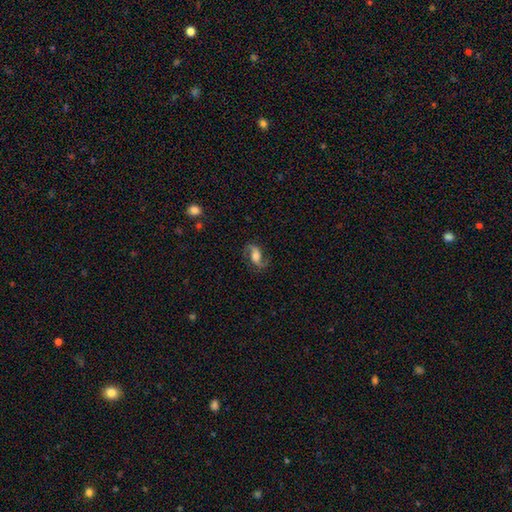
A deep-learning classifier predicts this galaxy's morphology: featured or disk 77%, smooth 16%, star or artifact 7%. Down the decision tree: edge-on disk — no (96%); bar — no (39%); spiral arms — yes (95%); spiral arm count — 2 (91%); spiral winding — loose (49%); bulge size — moderate (50%); merging — none (76%).